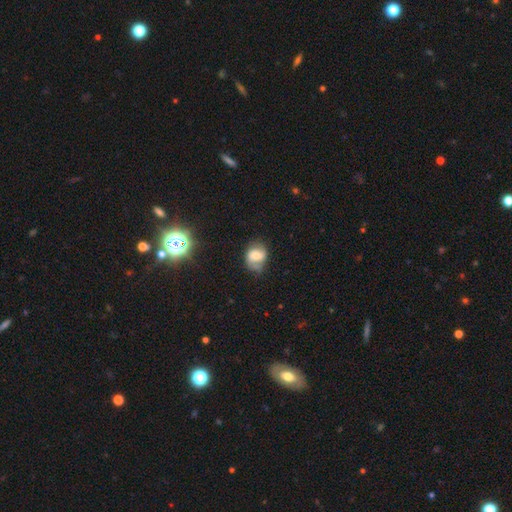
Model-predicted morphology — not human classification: This is possibly a smooth galaxy (47%). Merging: possibly none (55%).